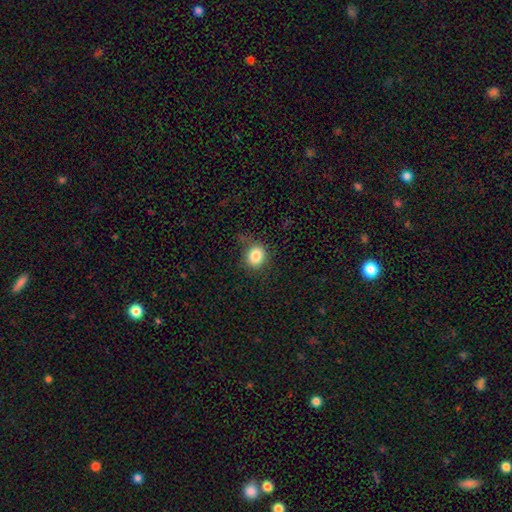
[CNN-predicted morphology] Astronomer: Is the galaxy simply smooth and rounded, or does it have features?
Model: smooth — 84%.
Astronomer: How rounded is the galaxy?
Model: round — 72%.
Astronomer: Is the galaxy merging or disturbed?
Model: none — 75%.